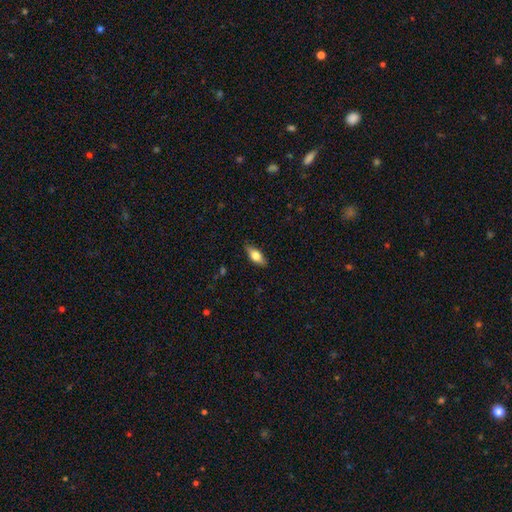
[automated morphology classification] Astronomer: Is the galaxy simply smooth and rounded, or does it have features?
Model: smooth — 70%.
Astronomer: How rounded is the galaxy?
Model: in between — 79%.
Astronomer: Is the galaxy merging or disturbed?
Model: none — 85%.